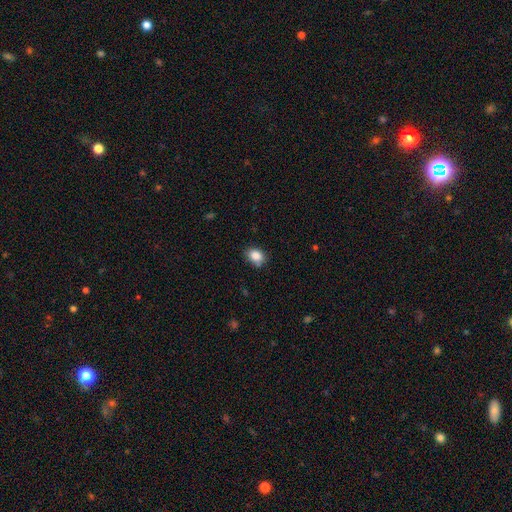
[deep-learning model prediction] Smooth or featured? Predicted: smooth (p=0.86). How rounded? Predicted: in between (p=0.62). Merging? Predicted: none (p=0.75).